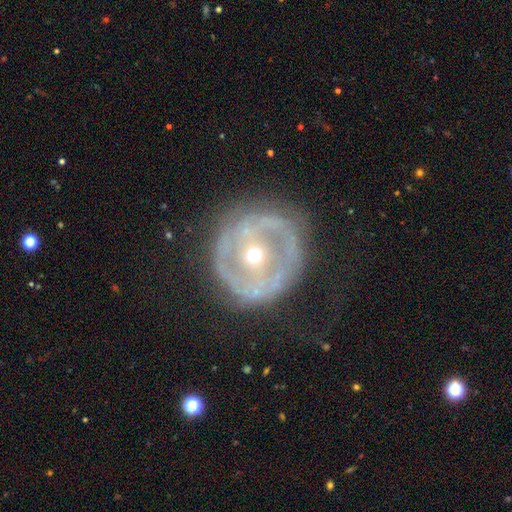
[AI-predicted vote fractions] The model was most divided on "bulge size": small: 50%, moderate: 46%, large: 2%, dominant: 1%, none: 1%. Remaining: edge-on disk — no (95%); smooth or featured — featured or disk (78%); merging — none (69%); spiral arms — yes (52%); bar — no (38%).